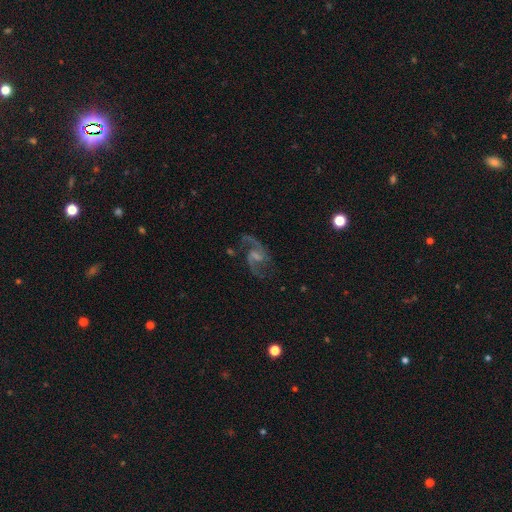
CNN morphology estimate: The model was most divided on "spiral winding": medium: 47%, loose: 44%, tight: 8%. Remaining: edge-on disk — no (97%); spiral arms — yes (97%); spiral arm count — 2 (91%); smooth or featured — featured or disk (88%); merging — none (74%); bar — weak (54%); bulge size — small (44%).